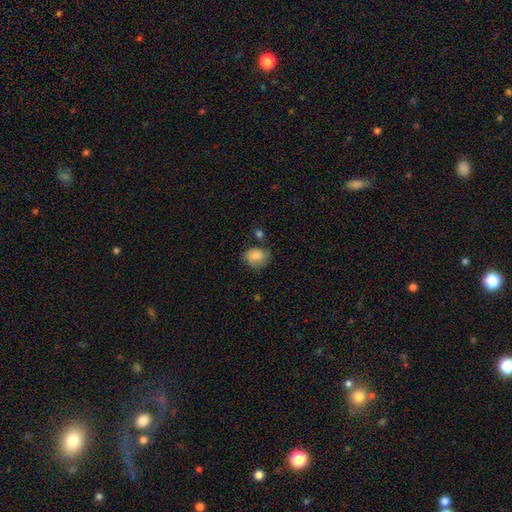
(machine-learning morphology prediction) This appears to be a smooth galaxy with no disk features (80%) that is round (53%). Merging: none (61%).